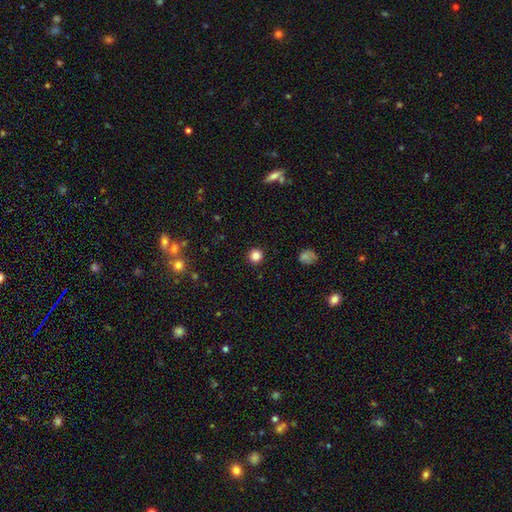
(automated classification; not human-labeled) Morphology: type=smooth (83%); roundness=round (95%); merging=none (93%).